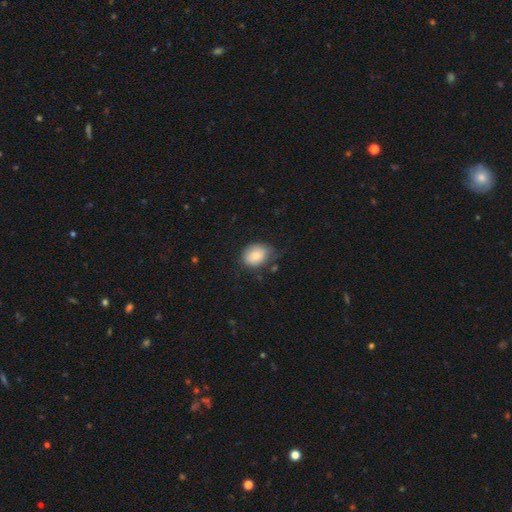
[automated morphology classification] type=smooth (81%); roundness=in between (51%); merging=none (62%).